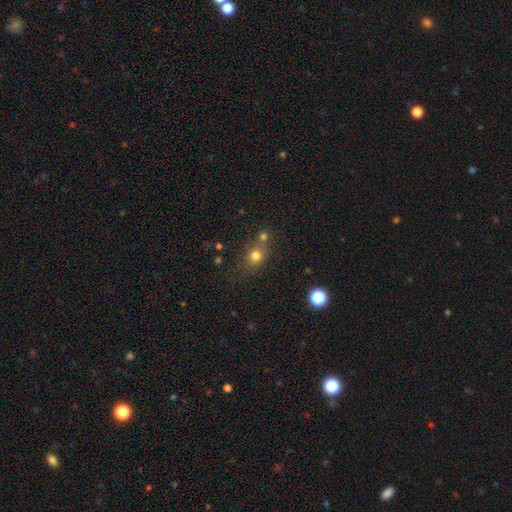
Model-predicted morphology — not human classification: The model was most divided on "merging": none: 55%, merger: 26%, minor disturbance: 14%, major disturbance: 6%. More confident: smooth or featured — smooth (75%); how rounded — round (64%).